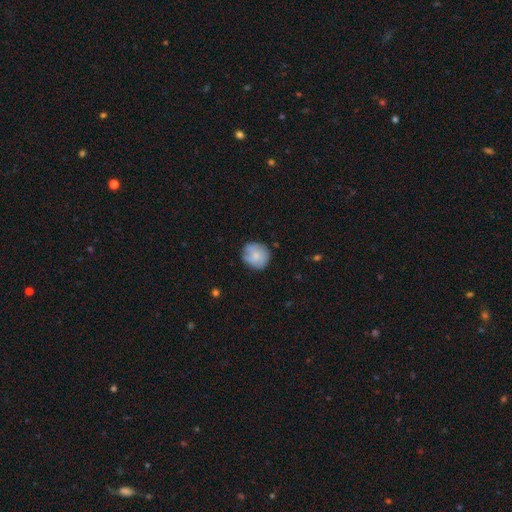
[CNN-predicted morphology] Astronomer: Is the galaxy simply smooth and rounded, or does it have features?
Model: smooth — 64%.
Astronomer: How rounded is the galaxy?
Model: round — 87%.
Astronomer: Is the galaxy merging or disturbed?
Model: none — 75%.